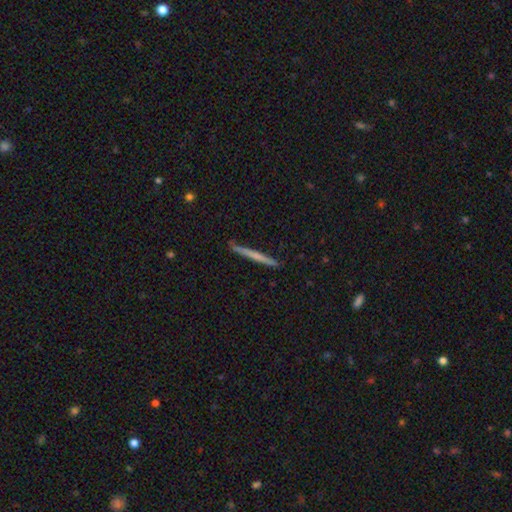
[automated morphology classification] Smooth or featured? smooth (49%)
Merging? none (90%)